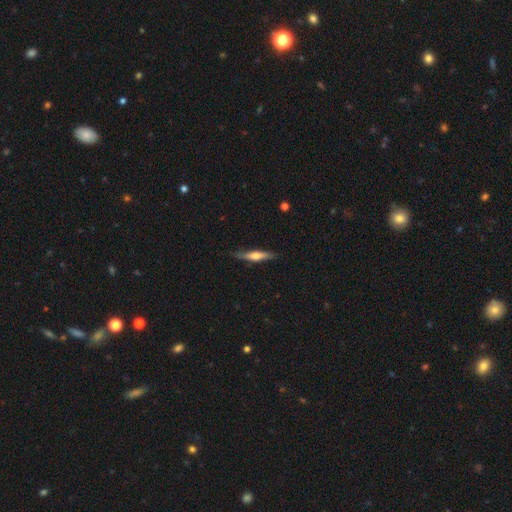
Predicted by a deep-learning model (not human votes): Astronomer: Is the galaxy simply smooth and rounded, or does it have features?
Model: featured or disk — 53% (runner-up: smooth, 41%).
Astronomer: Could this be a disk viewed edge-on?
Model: yes — 94%.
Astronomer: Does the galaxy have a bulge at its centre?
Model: rounded — 84%.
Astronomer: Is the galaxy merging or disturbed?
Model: none — 84%.